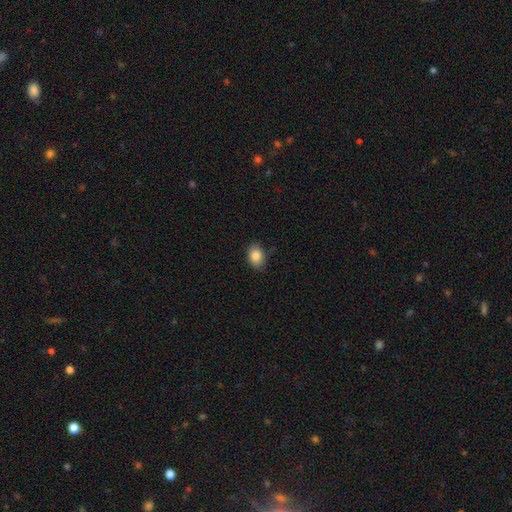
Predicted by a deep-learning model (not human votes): Smooth or featured? Predicted: smooth (p=0.86). How rounded? Predicted: in between (p=0.79). Merging? Predicted: none (p=0.80).